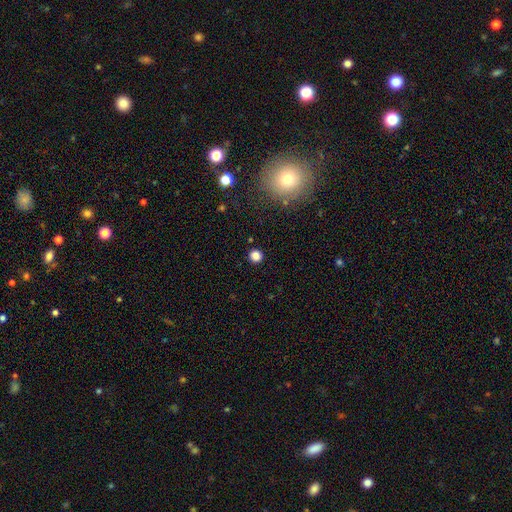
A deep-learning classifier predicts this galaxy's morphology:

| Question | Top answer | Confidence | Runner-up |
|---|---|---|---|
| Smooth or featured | smooth | 83% | star or artifact (14%) |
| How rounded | round | 92% | in between (7%) |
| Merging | none | 91% | minor disturbance (5%) |